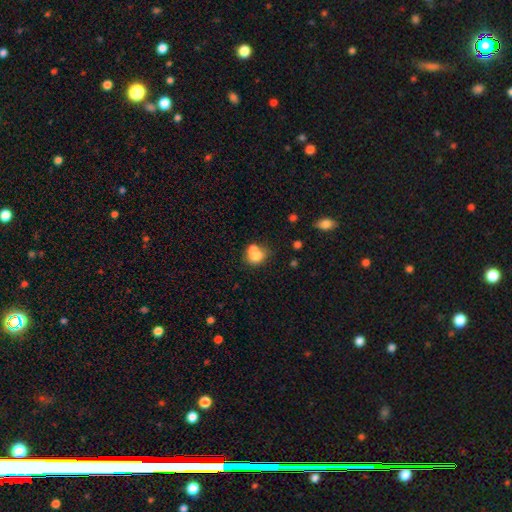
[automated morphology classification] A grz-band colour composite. It shows a smooth galaxy with no disk features (74%) that is round (57%). Merging: merger (54%).